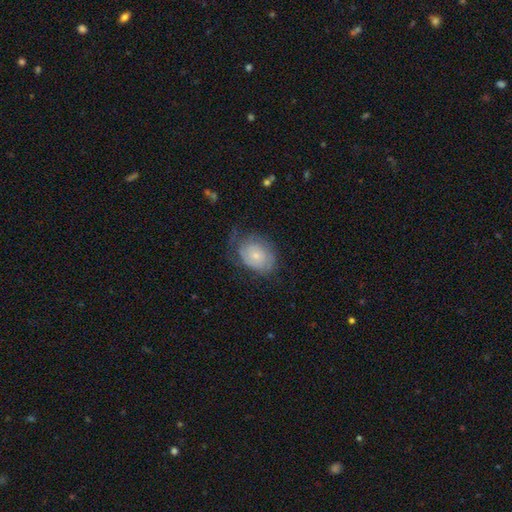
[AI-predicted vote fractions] smooth-or-featured: smooth: 50% | featured or disk: 43% | star or artifact: 7%
  how-rounded: in between: 68% | round: 31% | cigar-shaped: 1%
  merging: none: 52% | minor disturbance: 29% | major disturbance: 17% | merger: 1%